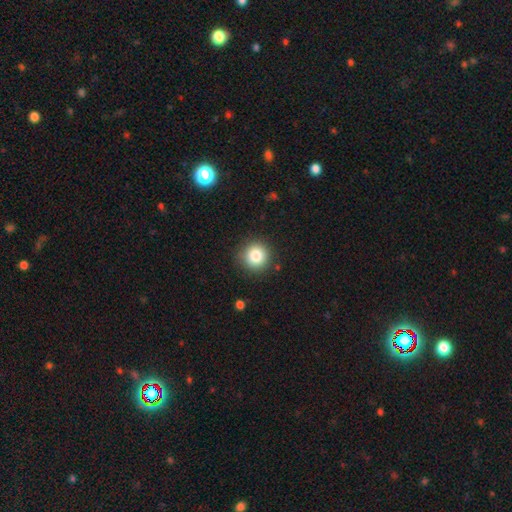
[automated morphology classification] smooth-or-featured: smooth: 82% | star or artifact: 11% | featured or disk: 7%
  how-rounded: round: 94% | in between: 5% | cigar-shaped: 1%
  merging: none: 88% | minor disturbance: 8% | major disturbance: 2% | merger: 1%